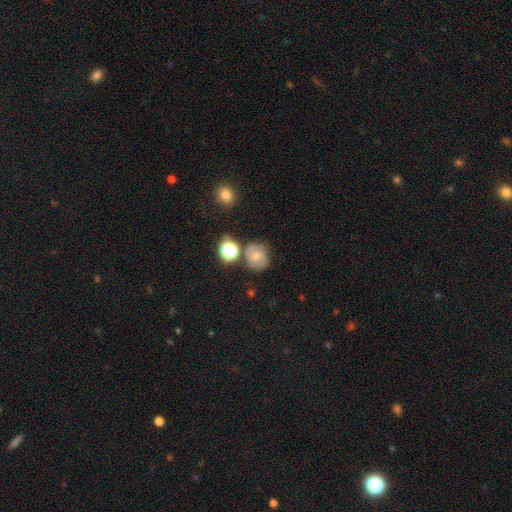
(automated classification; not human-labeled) A smooth galaxy with no disk features (49%).

Vote fractions:
- Smooth or featured? smooth: 49% / featured or disk: 36% / star or artifact: 15%
- Merging? none: 67% / minor disturbance: 17% / merger: 10% / major disturbance: 6%